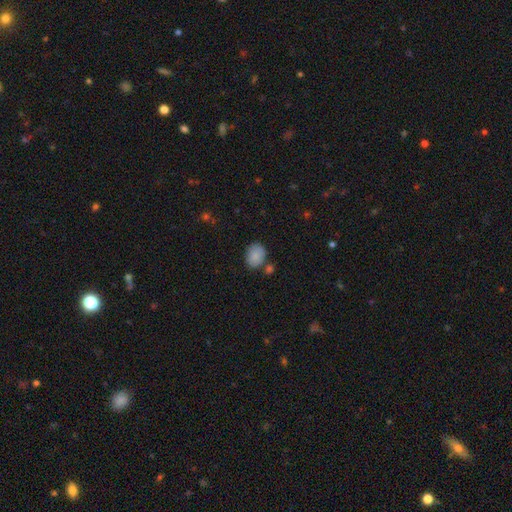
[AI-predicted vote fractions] smooth-or-featured: smooth: 85% | star or artifact: 8% | featured or disk: 7%
  how-rounded: in between: 63% | round: 36% | cigar-shaped: 1%
  merging: none: 71% | minor disturbance: 15% | merger: 10% | major disturbance: 4%